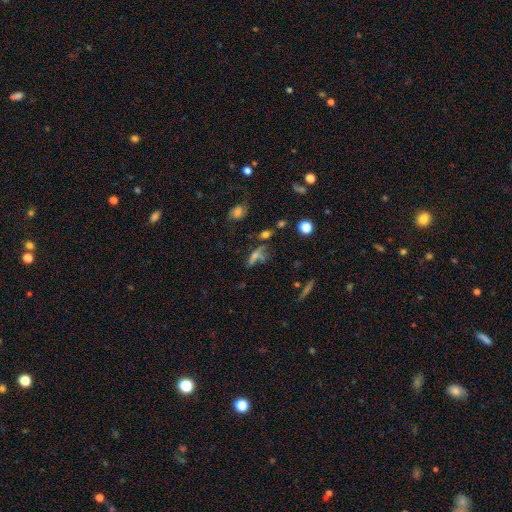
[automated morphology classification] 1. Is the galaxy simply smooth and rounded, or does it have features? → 45% smooth, 29% featured or disk, 26% star or artifact.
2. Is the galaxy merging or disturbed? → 37% none, 24% major disturbance, 19% merger, 19% minor disturbance.